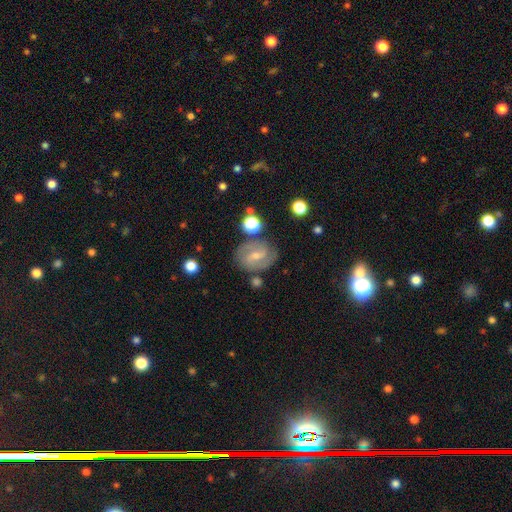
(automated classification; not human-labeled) Q: Smooth or featured?
A: featured or disk (78%); runner-up: smooth (15%)
Q: Edge-on disk?
A: no (97%); runner-up: yes (3%)
Q: Bar?
A: weak (54%); runner-up: strong (24%)
Q: Spiral arms?
A: yes (94%); runner-up: no (6%)
Q: Spiral winding?
A: medium (51%); runner-up: tight (33%)
Q: Spiral arm count?
A: 2 (84%); runner-up: can't tell (8%)
Q: Bulge size?
A: small (63%); runner-up: moderate (31%)
Q: Merging?
A: none (77%); runner-up: minor disturbance (14%)